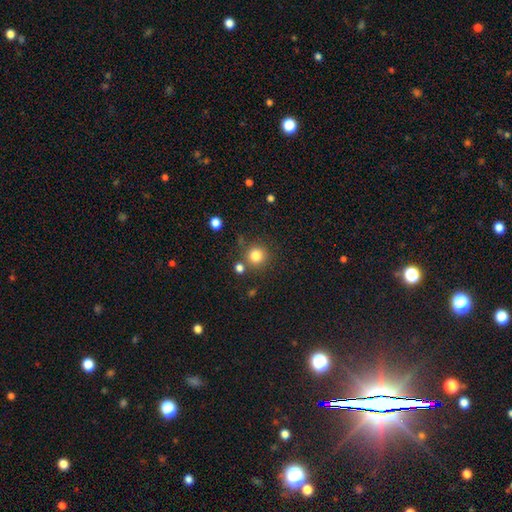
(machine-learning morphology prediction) smooth_or_featured: smooth (p=0.82) [alt: star or artifact p=0.13]
how_rounded: round (p=0.93) [alt: in between p=0.06]
merging: none (p=0.79) [alt: minor disturbance p=0.09]